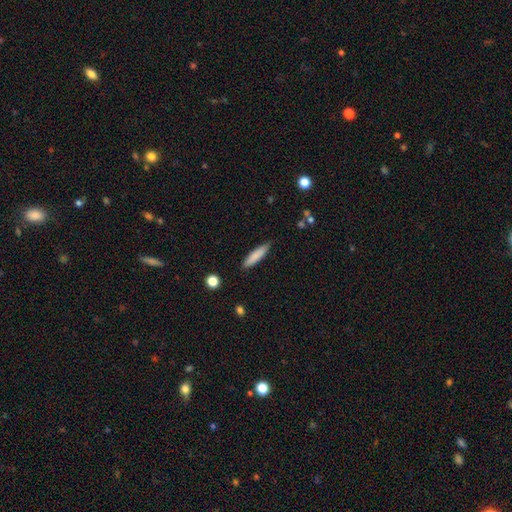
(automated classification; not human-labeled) Smooth or featured: smooth — 82% (featured or disk — 12%)
How rounded: cigar-shaped — 79% (in between — 19%)
Merging: none — 85% (minor disturbance — 12%)